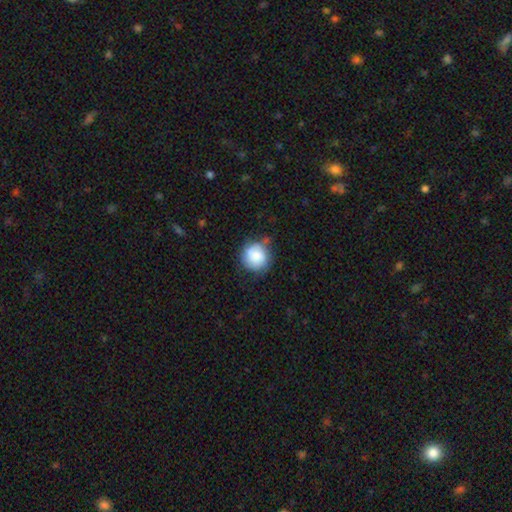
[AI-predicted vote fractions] This appears to be a smooth galaxy with no disk features (72%) that is round (89%). Merging: none (65%).